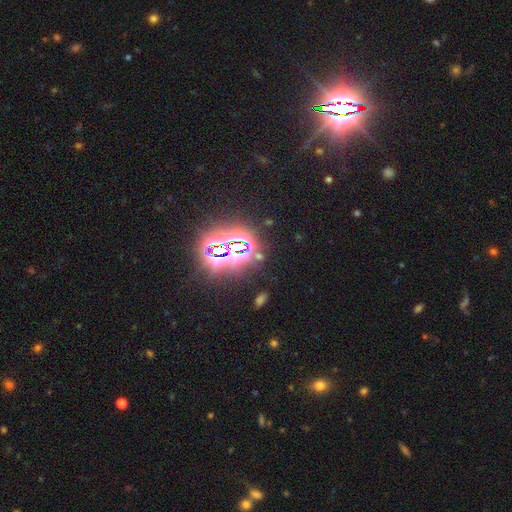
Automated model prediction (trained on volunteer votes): A star or artifact, not a galaxy (82%).

Vote fractions:
- Smooth or featured? star or artifact: 82% / smooth: 10% / featured or disk: 8%